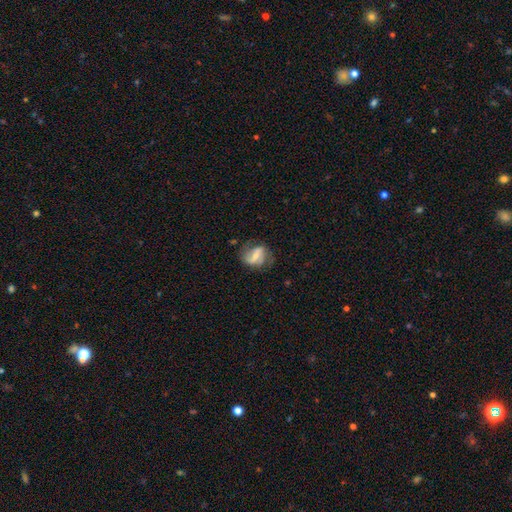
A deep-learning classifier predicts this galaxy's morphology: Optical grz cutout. It shows a featured or disk galaxy (62%) with a strong bar (45%), spiral arms (77%) and a small central bulge (47%). Merging: none (59%).